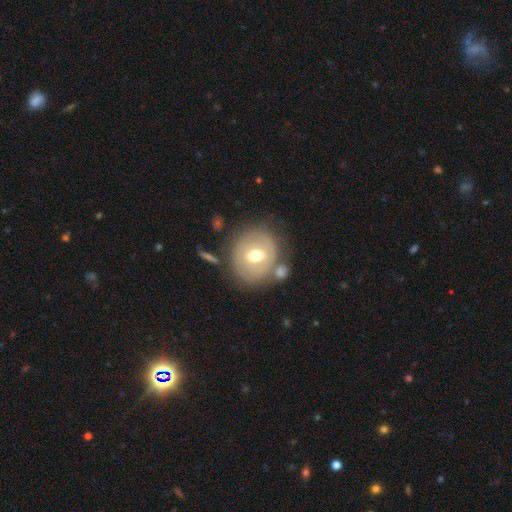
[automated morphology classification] Smooth or featured: featured or disk — 50% (smooth — 43%)
Edge-on disk: no — 94% (yes — 6%)
Merging: none — 70% (minor disturbance — 14%)